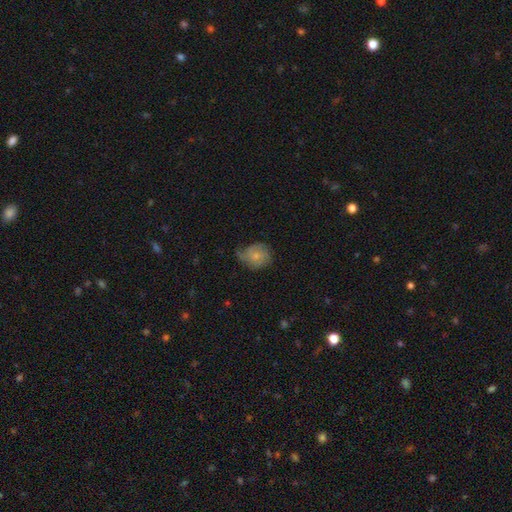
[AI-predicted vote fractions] Overall: smooth (56%; featured or disk 36%). How rounded: round (66%; in between 33%). Merging: none (47%; minor disturbance 35%).